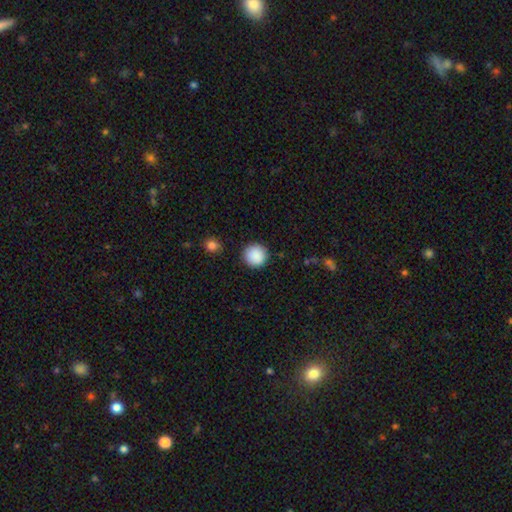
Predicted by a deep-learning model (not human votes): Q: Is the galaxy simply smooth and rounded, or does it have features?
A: smooth — 89%.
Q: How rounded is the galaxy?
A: round — 95%.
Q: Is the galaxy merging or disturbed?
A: none — 90%.